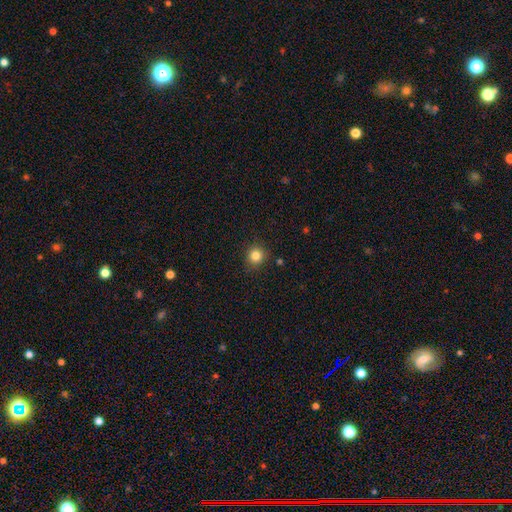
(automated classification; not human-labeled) Smooth or featured?
  - smooth: 83% *
  - star or artifact: 12%
  - featured or disk: 5%
How rounded?
  - round: 89% *
  - in between: 10%
  - cigar-shaped: 1%
Merging?
  - none: 87% *
  - minor disturbance: 9%
  - major disturbance: 2%
  - merger: 2%